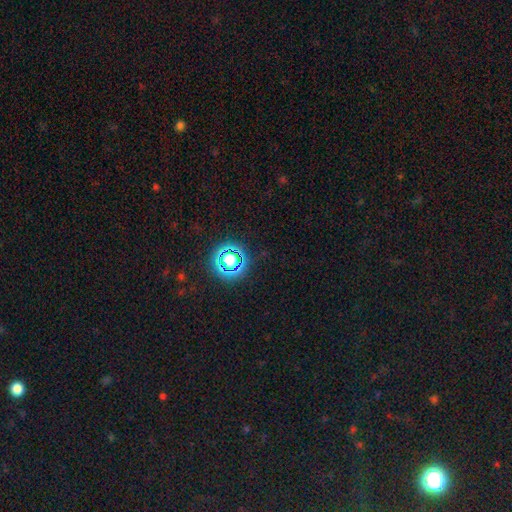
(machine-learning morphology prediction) A star or artifact, not a galaxy (77%).